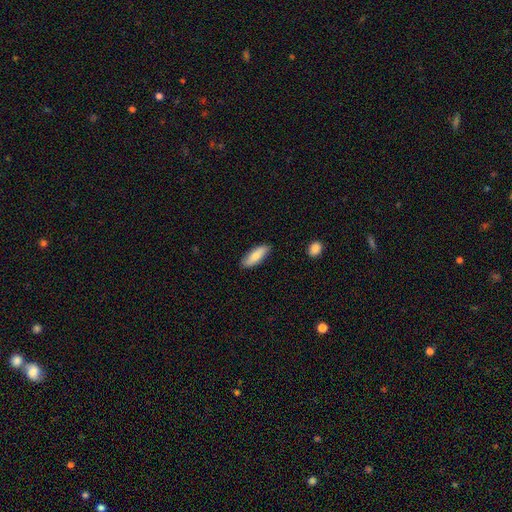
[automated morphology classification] smooth_or_featured: smooth (p=0.78) [alt: featured or disk p=0.16]
how_rounded: in between (p=0.62) [alt: cigar-shaped p=0.36]
merging: none (p=0.86) [alt: minor disturbance p=0.11]